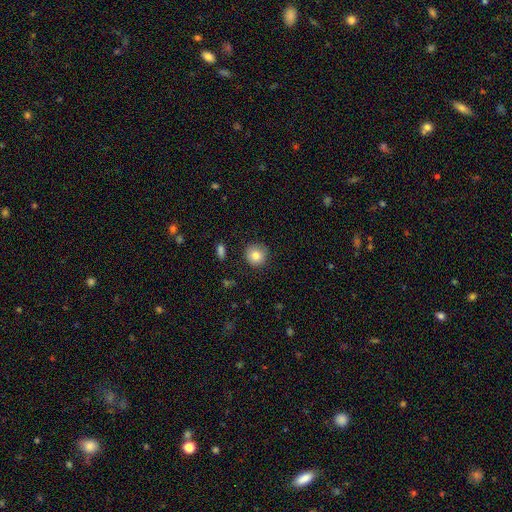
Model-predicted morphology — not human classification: smooth-or-featured: smooth: 82% | star or artifact: 9% | featured or disk: 9%
  how-rounded: round: 92% | in between: 7% | cigar-shaped: 1%
  merging: none: 85% | minor disturbance: 11% | major disturbance: 2% | merger: 1%